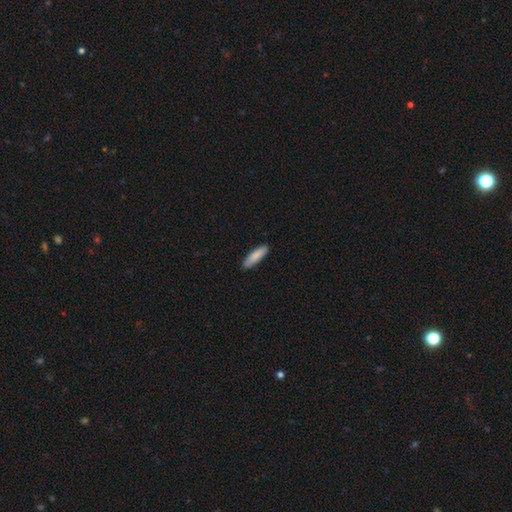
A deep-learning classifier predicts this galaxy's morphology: Smooth or featured? smooth (87%)
How rounded? cigar-shaped (65%)
Merging? none (88%)